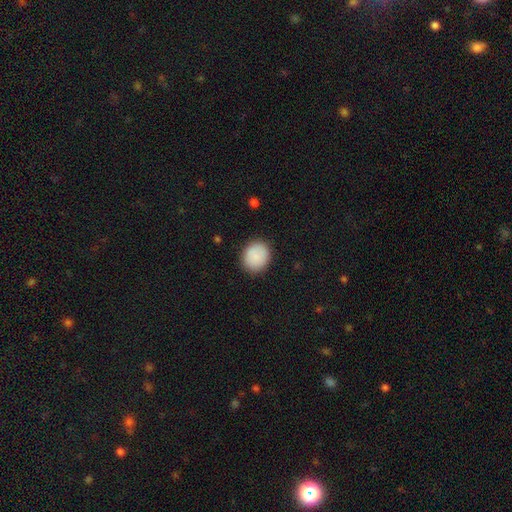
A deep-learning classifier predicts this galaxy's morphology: type=smooth (88%); roundness=round (78%); merging=none (88%).